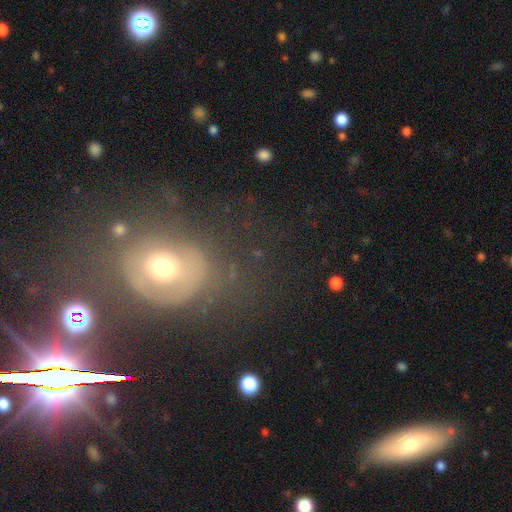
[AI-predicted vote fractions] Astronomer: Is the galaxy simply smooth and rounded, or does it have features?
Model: featured or disk — 43% (runner-up: star or artifact, 29%).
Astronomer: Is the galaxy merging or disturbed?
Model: none — 64%.